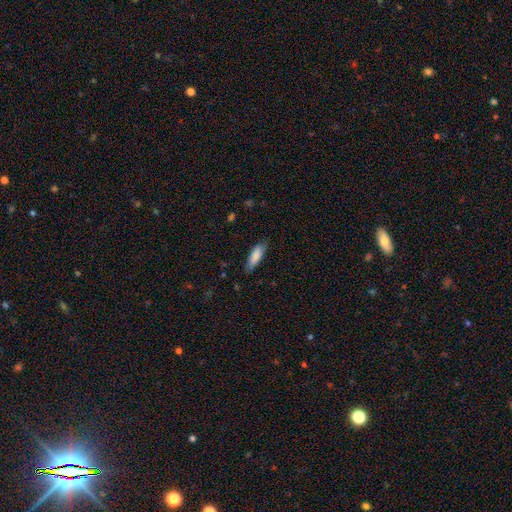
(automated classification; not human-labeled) smooth-or-featured: smooth: 84% | featured or disk: 10% | star or artifact: 6%
  how-rounded: in between: 50% | cigar-shaped: 49% | round: 1%
  merging: none: 78% | minor disturbance: 18% | major disturbance: 3% | merger: 1%